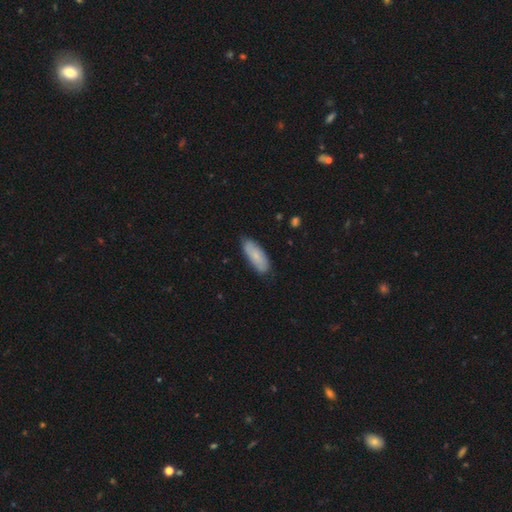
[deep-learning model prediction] Q: Smooth or featured?
A: smooth (71%); runner-up: featured or disk (23%)
Q: How rounded?
A: in between (76%); runner-up: cigar-shaped (22%)
Q: Merging?
A: none (78%); runner-up: minor disturbance (18%)